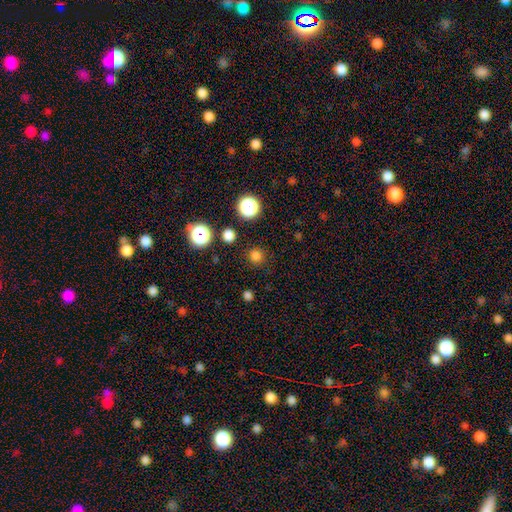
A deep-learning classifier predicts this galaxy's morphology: Smooth or featured? Predicted: smooth (p=0.77). How rounded? Predicted: round (p=0.95). Merging? Predicted: none (p=0.89).